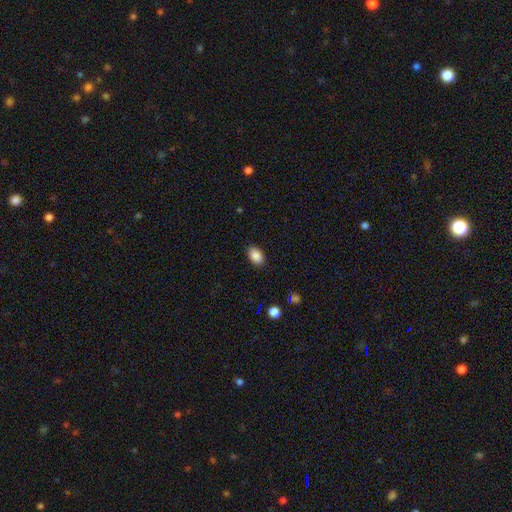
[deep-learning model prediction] smooth 88%, star or artifact 8%, featured or disk 4%. Down the decision tree: how rounded — in between (88%); merging — none (88%).